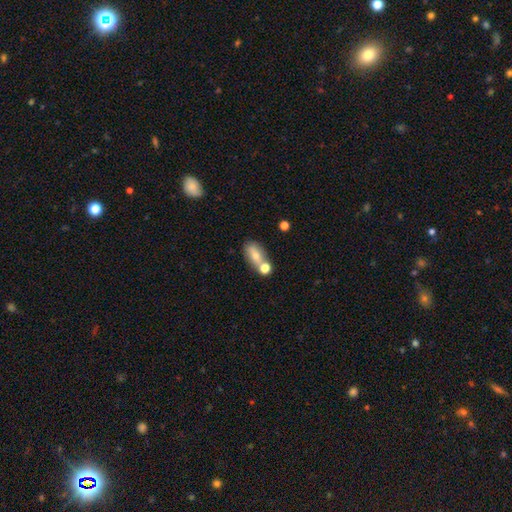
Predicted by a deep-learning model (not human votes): Smooth or featured: smooth — 68% (featured or disk — 22%)
How rounded: in between — 79% (round — 14%)
Merging: none — 49% (merger — 32%)